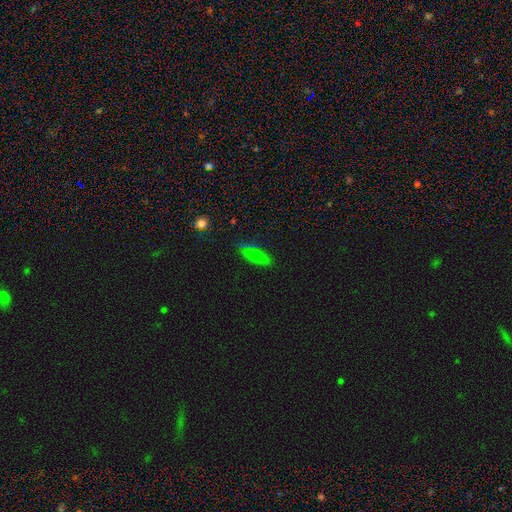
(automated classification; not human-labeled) This is likely a smooth galaxy (67%). How rounded: likely in between (63%). Merging: likely none (79%).